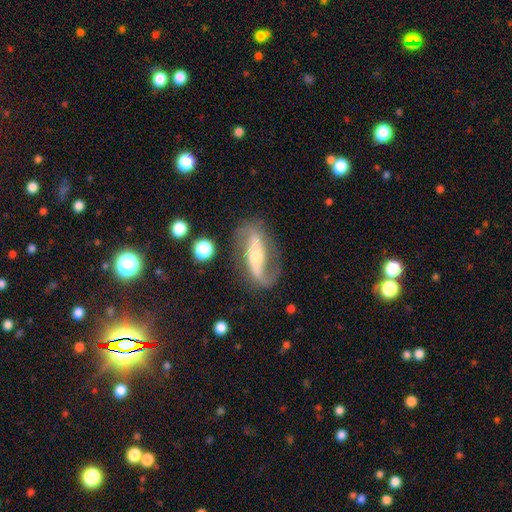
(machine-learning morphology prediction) Overall: featured or disk (83%). Edge-on disk: no (88%). Bar: strong (52%; no 26%). Spiral arms: yes (91%). Spiral arm count: 2 (88%). Spiral winding: loose (49%; medium 36%). Bulge size: moderate (49%; small 44%). Merging: none (74%).